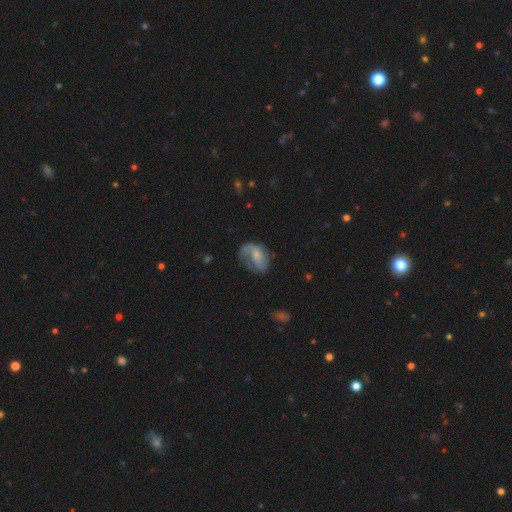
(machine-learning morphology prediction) smooth_or_featured: featured or disk (p=0.65) [alt: smooth p=0.28]
disk_edge_on: no (p=0.97) [alt: yes p=0.03]
bar: no (p=0.54) [alt: weak p=0.37]
has_spiral_arms: yes (p=0.85) [alt: no p=0.15]
spiral_winding: medium (p=0.42) [alt: loose p=0.40]
spiral_arm_count: 2 (p=0.58) [alt: 1 p=0.23]
bulge_size: small (p=0.53) [alt: moderate p=0.30]
merging: none (p=0.47) [alt: minor disturbance p=0.26]